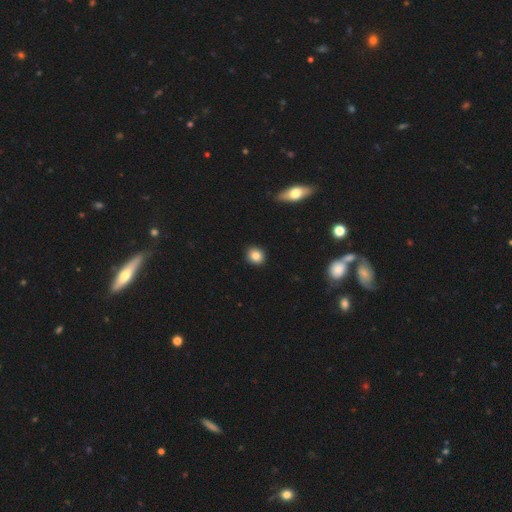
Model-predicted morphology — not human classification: This appears to be a smooth galaxy with no disk features (84%) that is round (81%). Merging: none (91%).